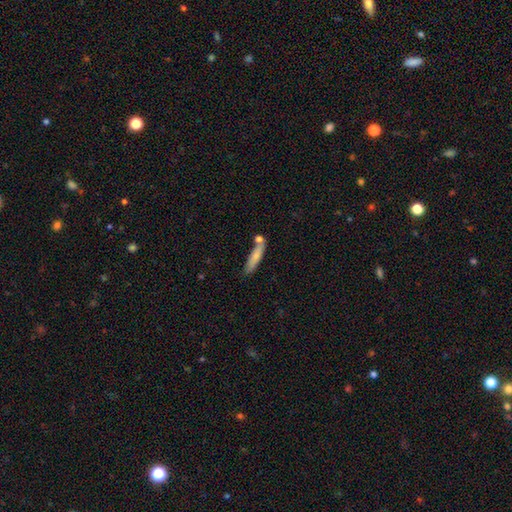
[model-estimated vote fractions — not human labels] Morphology: type=smooth (73%); roundness=cigar-shaped (82%); merging=none (65%).